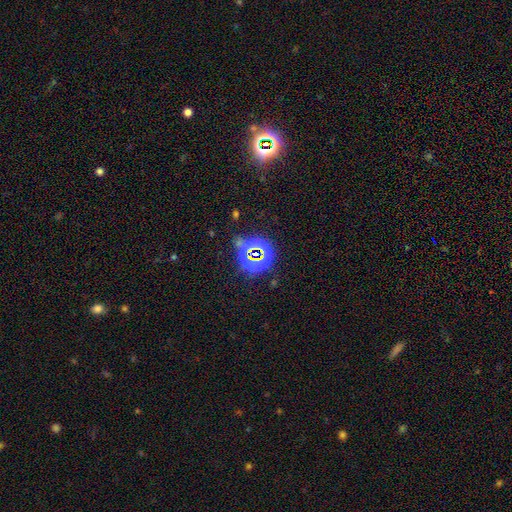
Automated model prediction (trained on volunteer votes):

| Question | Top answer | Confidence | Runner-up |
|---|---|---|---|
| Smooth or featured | star or artifact | 73% | smooth (18%) |